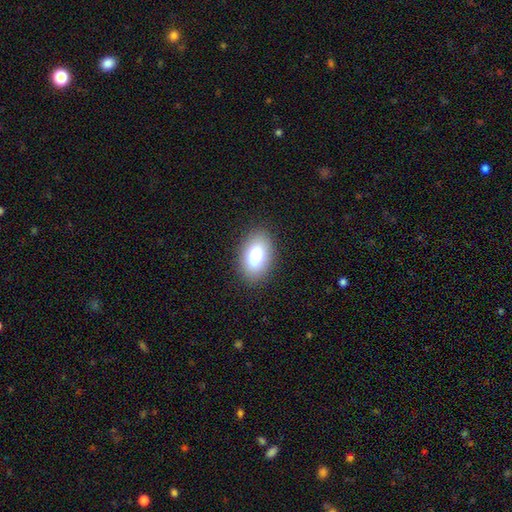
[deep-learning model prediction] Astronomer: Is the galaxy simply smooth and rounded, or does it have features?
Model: smooth — 82%.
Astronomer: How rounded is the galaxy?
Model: in between — 92%.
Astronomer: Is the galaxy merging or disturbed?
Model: none — 87%.